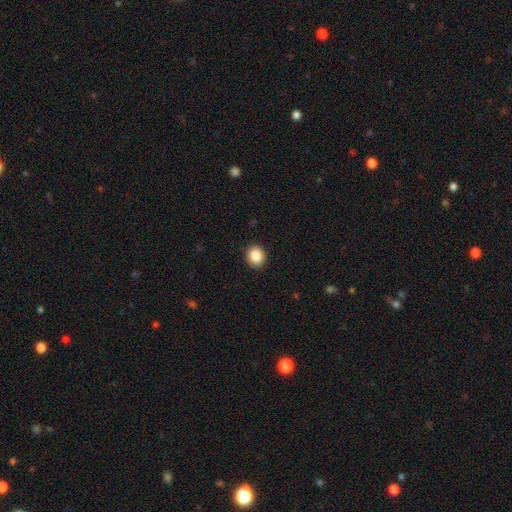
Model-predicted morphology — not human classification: This appears to be a smooth galaxy with no disk features (88%) that is round (74%). Merging: none (91%).